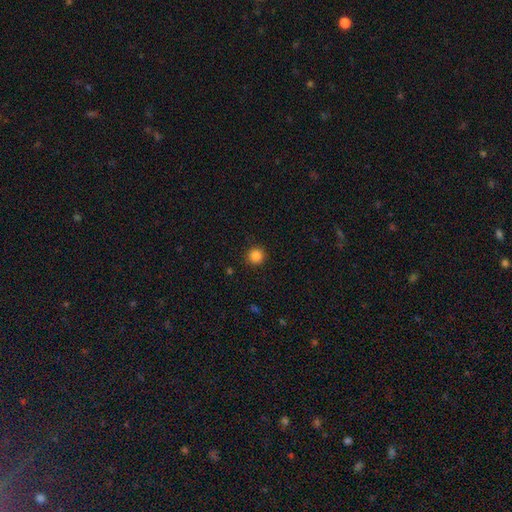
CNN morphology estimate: Smooth or featured: smooth — 86% (star or artifact — 11%)
How rounded: round — 95% (in between — 4%)
Merging: none — 92% (minor disturbance — 5%)